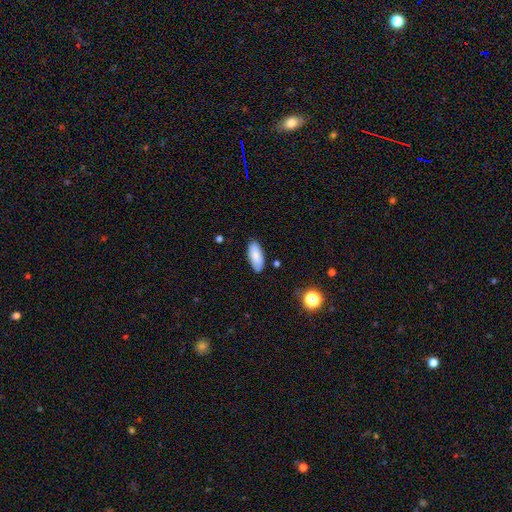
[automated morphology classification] smooth-or-featured: smooth: 84% | featured or disk: 10% | star or artifact: 7%
  how-rounded: in between: 85% | cigar-shaped: 13% | round: 2%
  merging: none: 85% | minor disturbance: 11% | major disturbance: 2% | merger: 2%